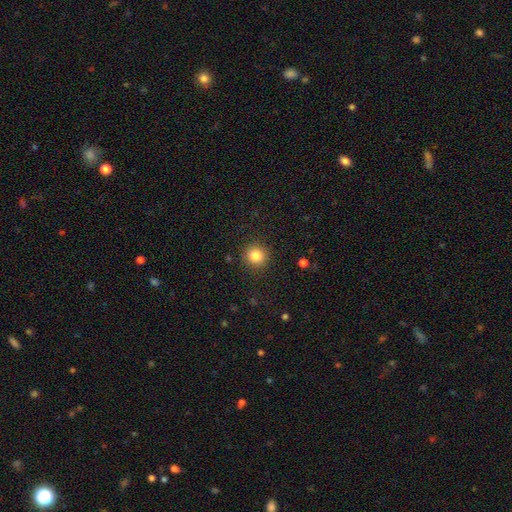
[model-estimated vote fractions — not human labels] smooth-or-featured: smooth: 84% | star or artifact: 11% | featured or disk: 5%
  how-rounded: round: 91% | in between: 8% | cigar-shaped: 1%
  merging: none: 91% | minor disturbance: 6% | major disturbance: 2% | merger: 1%